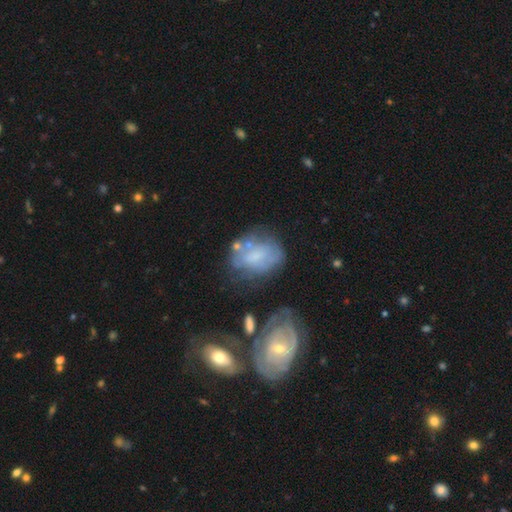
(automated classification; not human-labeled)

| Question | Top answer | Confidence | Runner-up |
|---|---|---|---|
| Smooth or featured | smooth | 45% | tied: featured or disk (45%) |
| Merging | none | 45% | minor disturbance (25%) |